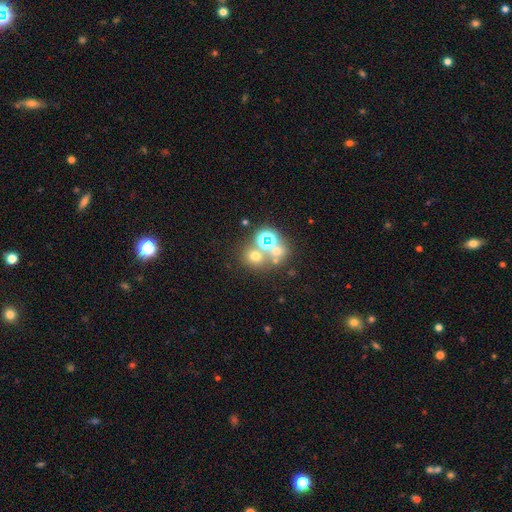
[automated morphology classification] The model was most divided on "smooth or featured": smooth: 56%, star or artifact: 31%, featured or disk: 13%. More confident: how rounded — round (79%); merging — none (58%).